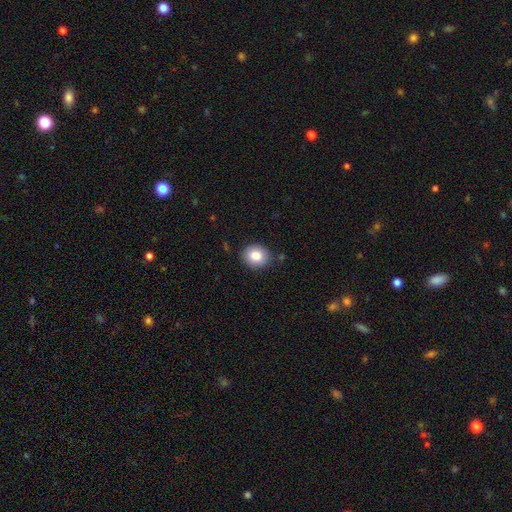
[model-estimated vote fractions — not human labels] The model was most divided on "how rounded": round: 68%, in between: 31%, cigar-shaped: 1%. More confident: merging — none (86%); smooth or featured — smooth (84%).